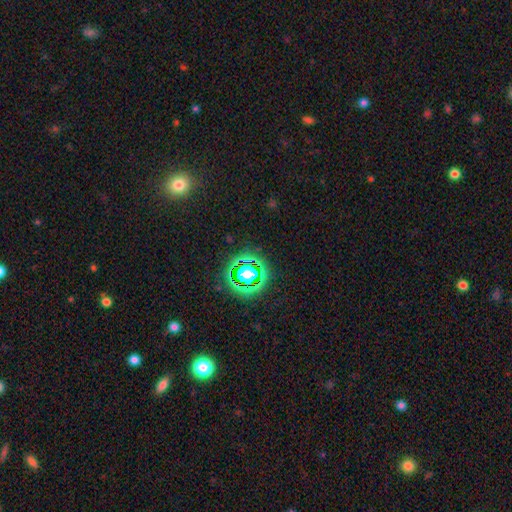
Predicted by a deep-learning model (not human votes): A star or artifact, not a galaxy (70%).